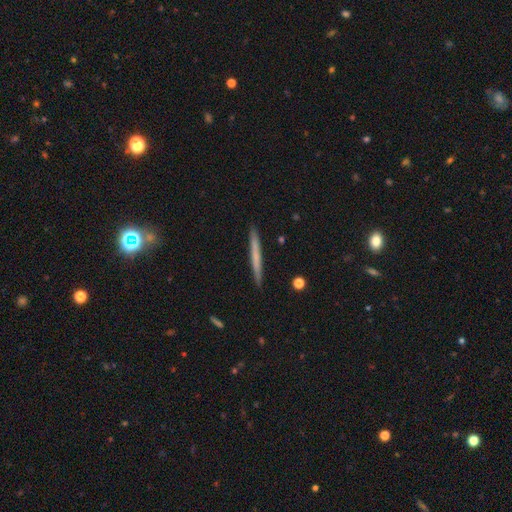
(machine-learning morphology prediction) Overall: smooth (56%; featured or disk 38%). How rounded: cigar-shaped (97%). Merging: none (92%).